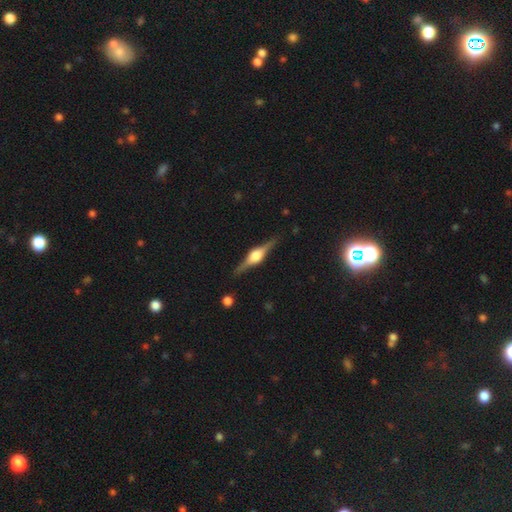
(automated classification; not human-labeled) smooth-or-featured: featured or disk: 85% | smooth: 10% | star or artifact: 5%
  disk-edge-on: yes: 98% | no: 2%
    edge-on-bulge: rounded: 90% | boxy: 9% | none: 1%
  merging: none: 89% | minor disturbance: 8% | major disturbance: 2% | merger: 1%